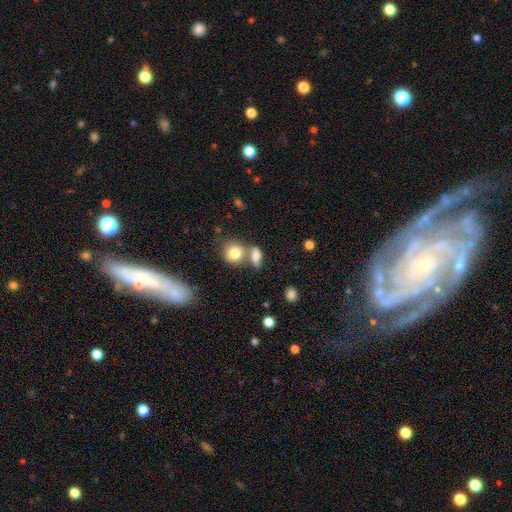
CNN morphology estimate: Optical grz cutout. It shows a smooth galaxy with no disk features (74%) that is in between round and cigar-shaped (62%). Merging: none (40%, tied with merger).